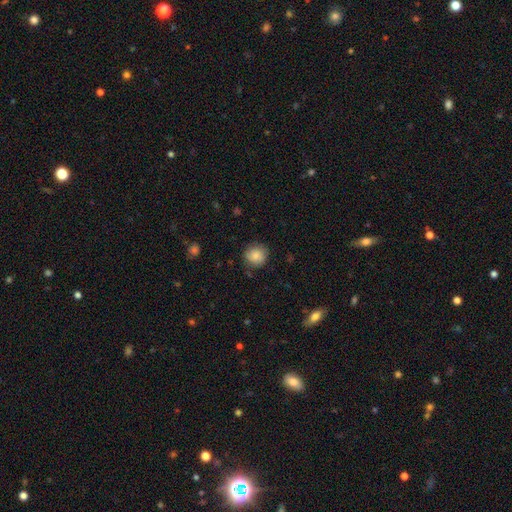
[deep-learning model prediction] This appears to be a smooth galaxy with no disk features (84%) that is round (89%). Merging: none (81%).